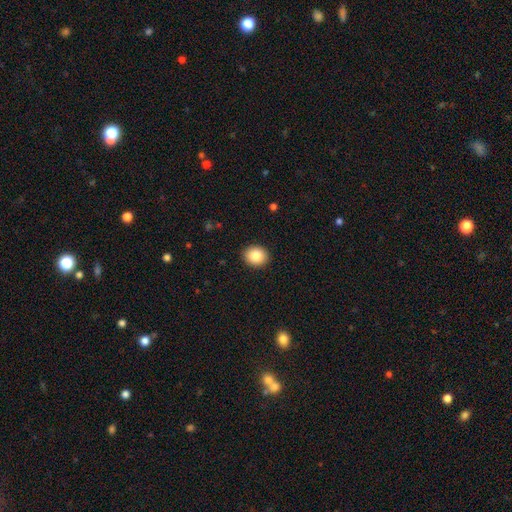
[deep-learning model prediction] A smooth galaxy with no disk features (85%) that is round (68%).

Vote fractions:
- Smooth or featured? smooth: 85% / star or artifact: 9% / featured or disk: 6%
- How rounded? round: 68% / in between: 31% / cigar-shaped: 1%
- Merging? none: 91% / minor disturbance: 6% / major disturbance: 2% / merger: 1%